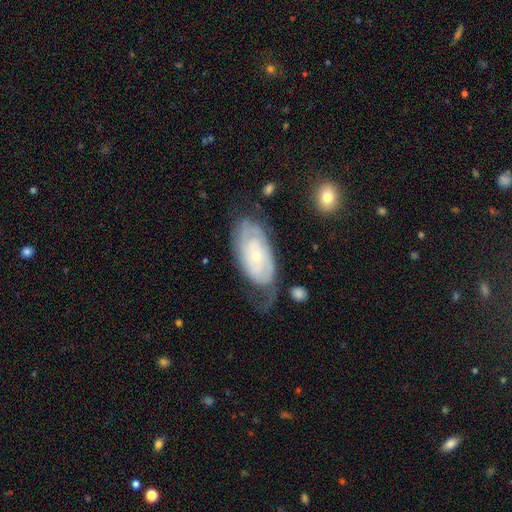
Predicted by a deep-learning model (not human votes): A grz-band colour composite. It shows a featured or disk galaxy (76%) with no bar (76%), tight (71%) spiral arms (88%) and a small central bulge (73%). Merging: none (49%).